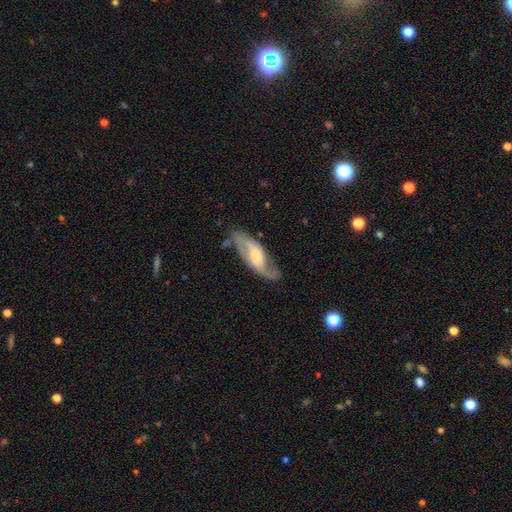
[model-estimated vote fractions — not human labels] This appears to be a featured or disk galaxy (80%) with a weak bar (43%), 2 (88%) loose (47%) spiral arms (93%) and a moderate central bulge (45%). Merging: none (71%).